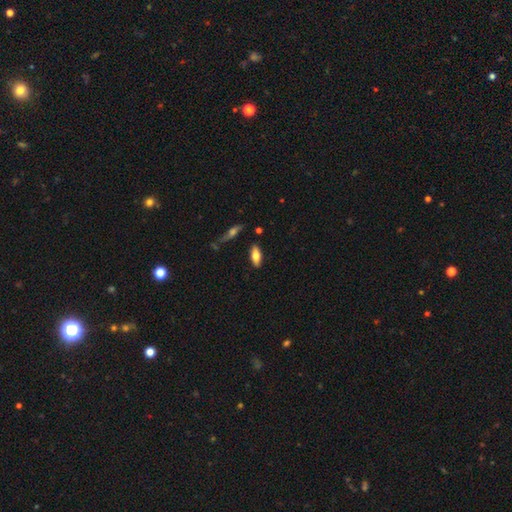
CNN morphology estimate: Smooth or featured?
  - smooth: 74% *
  - featured or disk: 19%
  - star or artifact: 7%
How rounded?
  - in between: 82% *
  - cigar-shaped: 16%
  - round: 2%
Merging?
  - none: 84% *
  - minor disturbance: 11%
  - merger: 3%
  - major disturbance: 3%